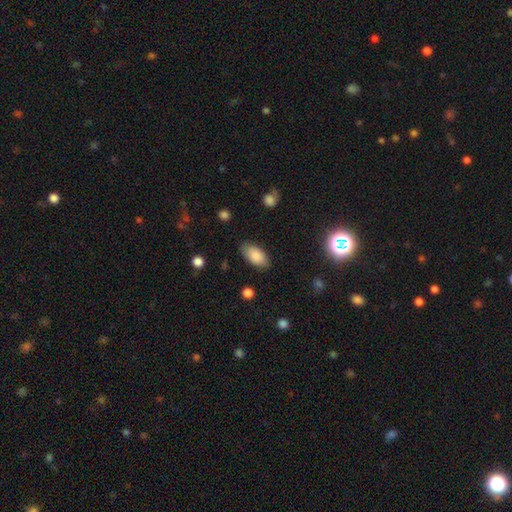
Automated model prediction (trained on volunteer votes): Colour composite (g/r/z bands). It shows a smooth galaxy with no disk features (86%) that is in between round and cigar-shaped (93%). Merging: none (83%).